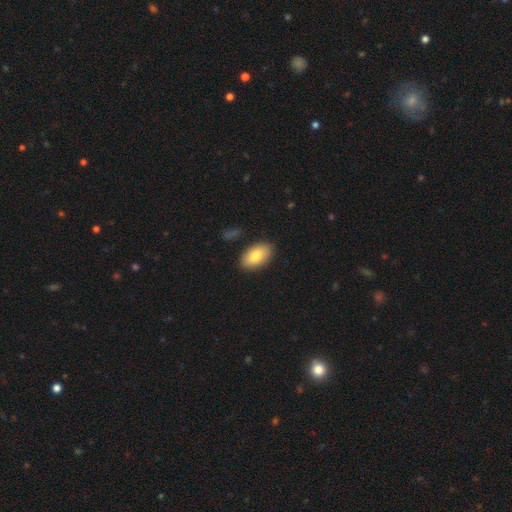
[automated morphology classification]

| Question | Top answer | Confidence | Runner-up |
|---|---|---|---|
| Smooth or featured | smooth | 83% | featured or disk (11%) |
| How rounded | in between | 94% | round (4%) |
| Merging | none | 87% | minor disturbance (9%) |